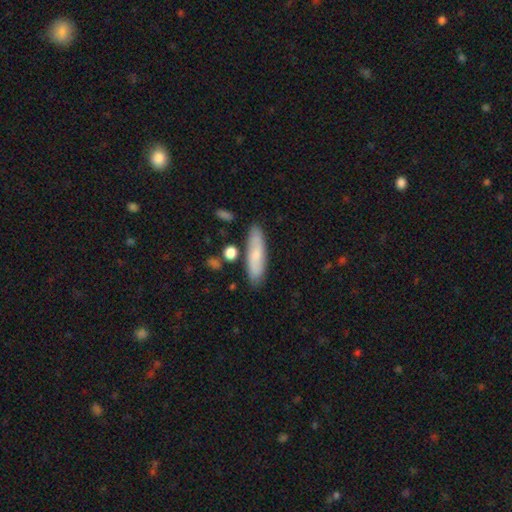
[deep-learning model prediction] Overall: smooth (72%). How rounded: cigar-shaped (67%; in between 31%). Merging: none (82%).